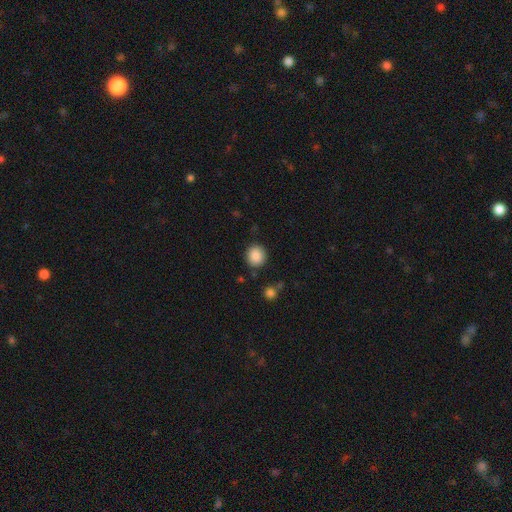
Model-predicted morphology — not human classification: smooth_or_featured: smooth (p=0.88) [alt: star or artifact p=0.08]
how_rounded: round (p=0.85) [alt: in between p=0.14]
merging: none (p=0.87) [alt: minor disturbance p=0.08]